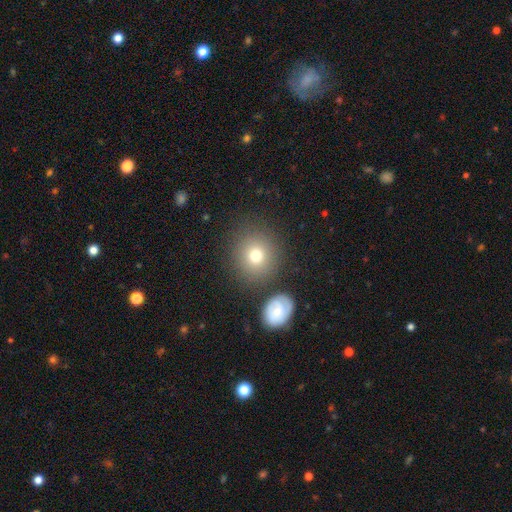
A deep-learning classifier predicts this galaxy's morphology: smooth 76%, featured or disk 13%, star or artifact 11%. Down the decision tree: how rounded — round (88%); merging — none (81%).